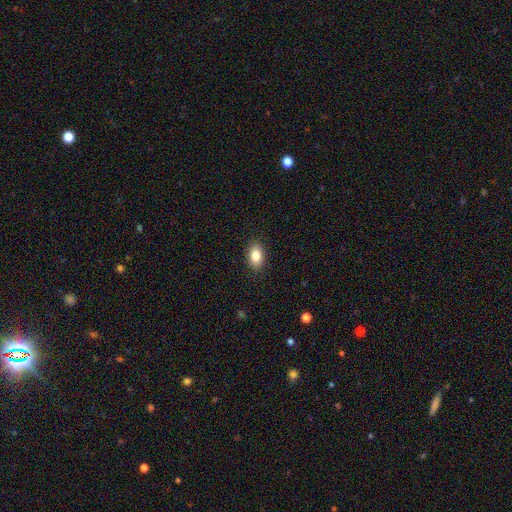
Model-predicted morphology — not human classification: A smooth galaxy with no disk features (84%) that is in between round and cigar-shaped (88%).

Vote fractions:
- Smooth or featured? smooth: 84% / star or artifact: 8% / featured or disk: 8%
- How rounded? in between: 88% / round: 11% / cigar-shaped: 2%
- Merging? none: 89% / minor disturbance: 8% / major disturbance: 2% / merger: 1%